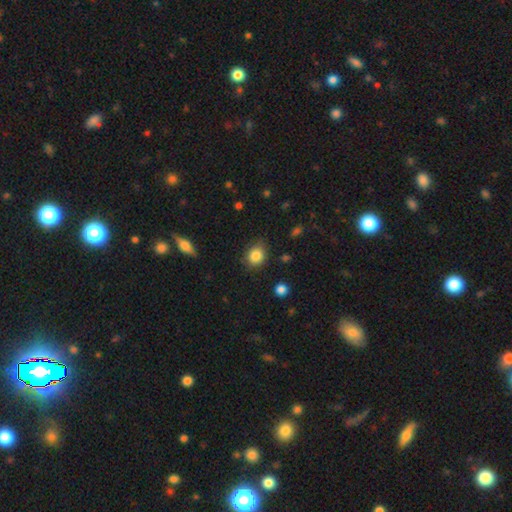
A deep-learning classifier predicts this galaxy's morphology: type=smooth (84%); roundness=round (65%); merging=none (78%).